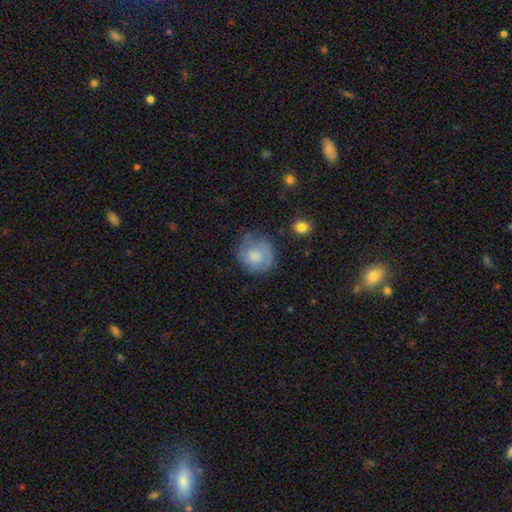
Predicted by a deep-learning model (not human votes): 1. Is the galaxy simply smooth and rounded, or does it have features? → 68% smooth, 25% featured or disk, 7% star or artifact.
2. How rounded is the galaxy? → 81% round, 18% in between, 1% cigar-shaped.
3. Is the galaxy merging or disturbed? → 62% none, 26% minor disturbance, 10% major disturbance, 2% merger.